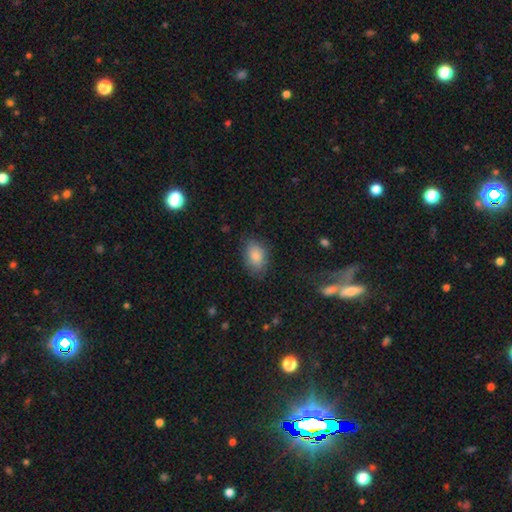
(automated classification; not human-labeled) smooth-or-featured: smooth: 84% | star or artifact: 8% | featured or disk: 8%
  how-rounded: in between: 83% | round: 16% | cigar-shaped: 1%
  merging: none: 76% | minor disturbance: 17% | major disturbance: 5% | merger: 1%